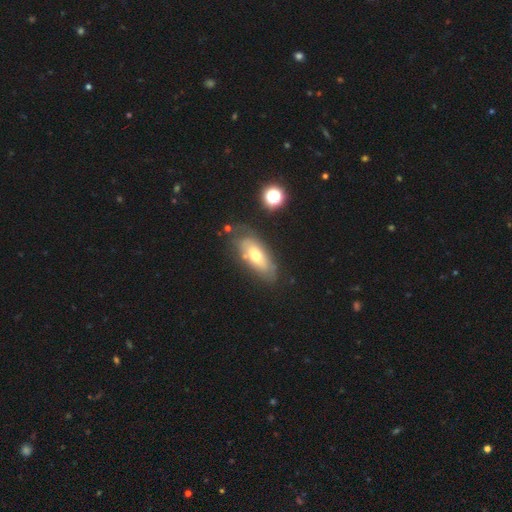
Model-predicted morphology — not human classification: Smooth or featured: featured or disk — 49% (smooth — 44%)
Merging: none — 65% (minor disturbance — 22%)